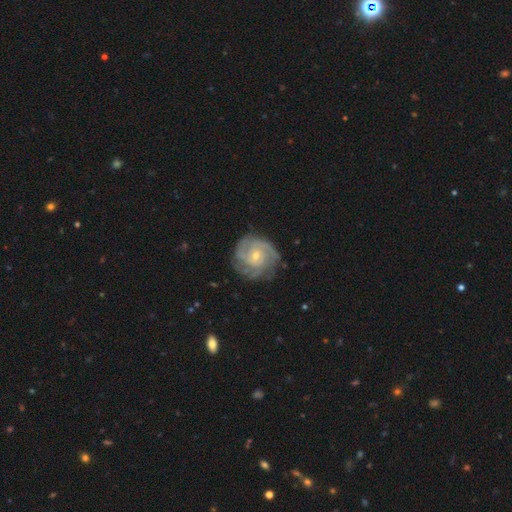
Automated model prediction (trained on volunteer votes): The model was most divided on "spiral arm count": 3: 36%, can't tell: 20%, 4: 16%, 2: 16%, more than 4: 6%, 1: 6%. More confident: edge-on disk — no (98%); spiral arms — yes (97%); smooth or featured — featured or disk (86%); merging — none (78%); bar — no (71%); spiral winding — tight (66%); bulge size — small (63%).